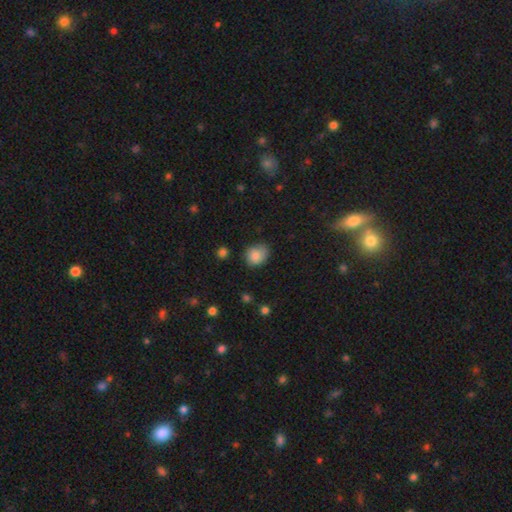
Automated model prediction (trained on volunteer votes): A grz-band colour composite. It shows a smooth galaxy with no disk features (82%) that is round (61%). Merging: none (67%).